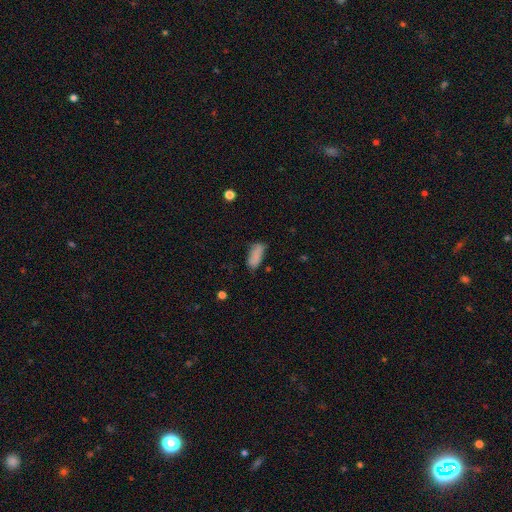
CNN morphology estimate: smooth-or-featured: smooth: 82% | star or artifact: 9% | featured or disk: 8%
  how-rounded: in between: 85% | cigar-shaped: 12% | round: 2%
  merging: none: 61% | minor disturbance: 27% | major disturbance: 9% | merger: 3%